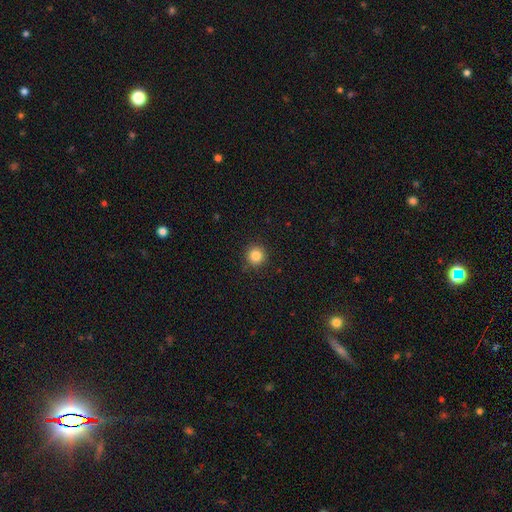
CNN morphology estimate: Smooth or featured? smooth (85%)
How rounded? round (95%)
Merging? none (89%)